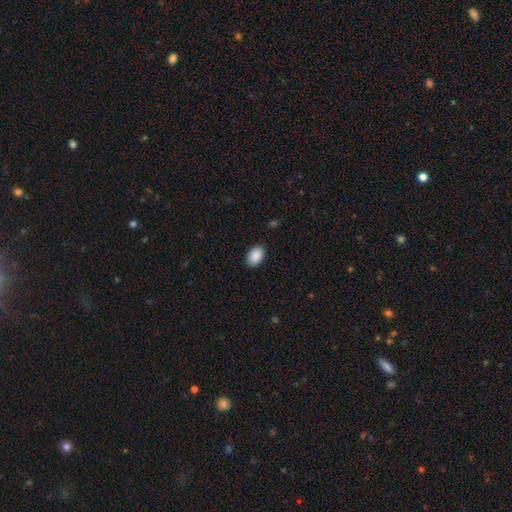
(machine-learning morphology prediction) A smooth galaxy with no disk features (90%) that is in between round and cigar-shaped (87%).

Vote fractions:
- Smooth or featured? smooth: 90% / star or artifact: 7% / featured or disk: 4%
- How rounded? in between: 87% / round: 12% / cigar-shaped: 1%
- Merging? none: 89% / minor disturbance: 8% / major disturbance: 2% / merger: 1%